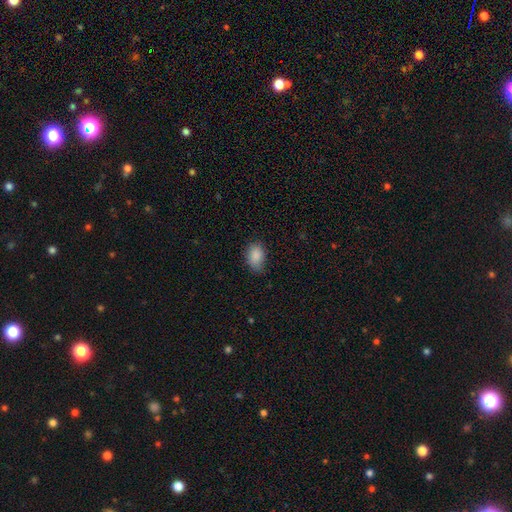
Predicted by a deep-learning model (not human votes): smooth-or-featured: smooth: 88% | star or artifact: 8% | featured or disk: 4%
  how-rounded: in between: 81% | round: 18% | cigar-shaped: 1%
  merging: none: 72% | minor disturbance: 22% | major disturbance: 4% | merger: 1%